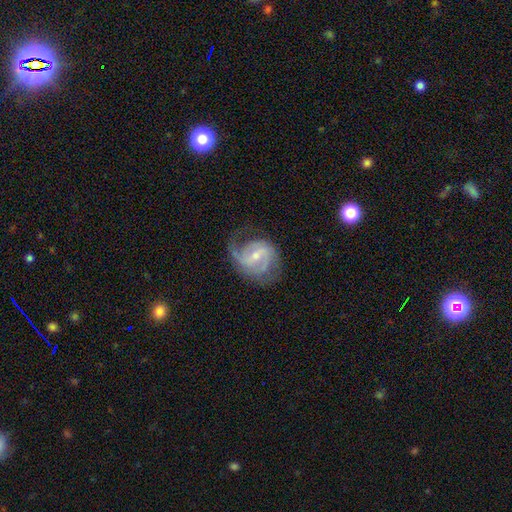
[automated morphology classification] smooth-or-featured: featured or disk: 87% | smooth: 7% | star or artifact: 6%
  disk-edge-on: no: 98% | yes: 2%
    bar: weak: 51% | strong: 29% | no: 20%
    has-spiral-arms: yes: 96% | no: 4%
      spiral-winding: medium: 49% | tight: 26% | loose: 25%
      spiral-arm-count: 2: 66% | can't tell: 11% | 3: 10% | 1: 9% | 4: 2% | more than 4: 2%
    bulge-size: small: 62% | moderate: 34% | none: 2% | large: 1% | dominant: 1%
  merging: none: 62% | minor disturbance: 22% | major disturbance: 15% | merger: 2%